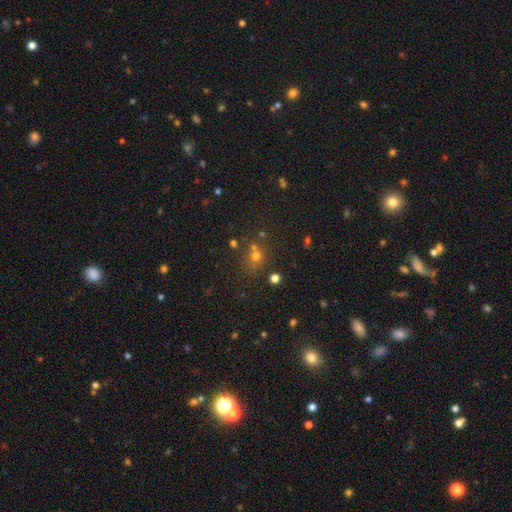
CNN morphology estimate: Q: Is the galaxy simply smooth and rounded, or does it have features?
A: smooth — 57%.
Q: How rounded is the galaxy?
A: round — 82%.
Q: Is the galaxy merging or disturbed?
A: none — 62%.